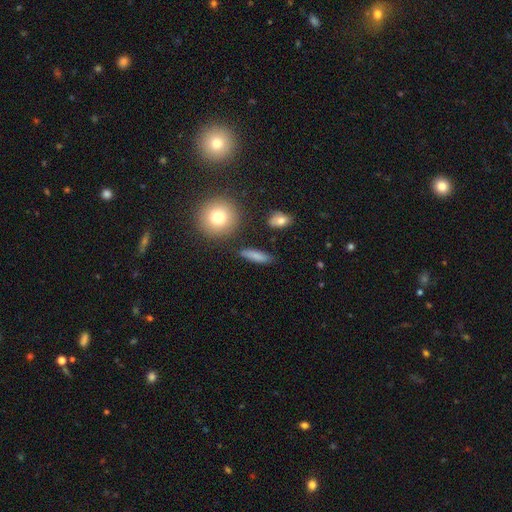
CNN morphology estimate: Smooth or featured: smooth — 79% (featured or disk — 12%)
How rounded: cigar-shaped — 66% (in between — 29%)
Merging: none — 83% (minor disturbance — 11%)